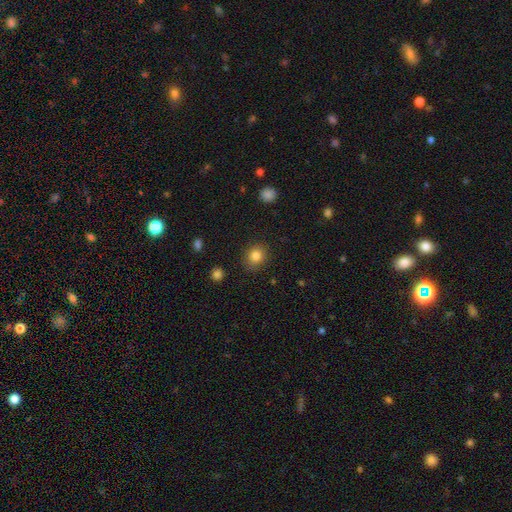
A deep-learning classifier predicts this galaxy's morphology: A smooth galaxy with no disk features (83%) that is round (80%). Merging: none (87%).